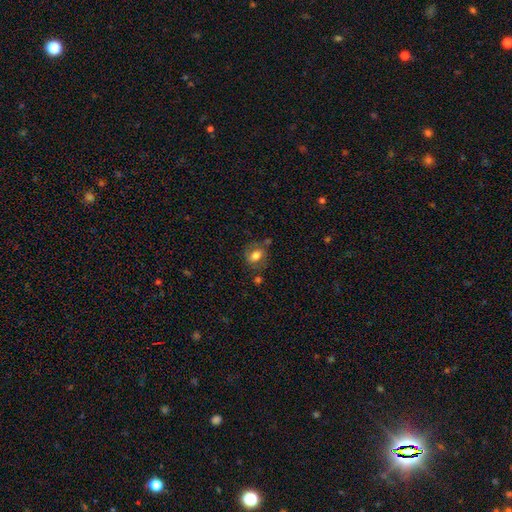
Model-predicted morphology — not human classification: Smooth or featured? Predicted: smooth (p=0.73). How rounded? Predicted: in between (p=0.65). Merging? Predicted: none (p=0.64).